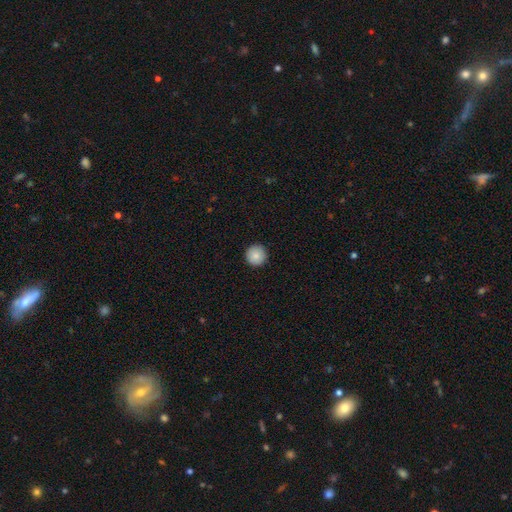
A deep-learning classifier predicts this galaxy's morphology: A smooth galaxy with no disk features (87%) that is round (96%). Merging: none (92%).